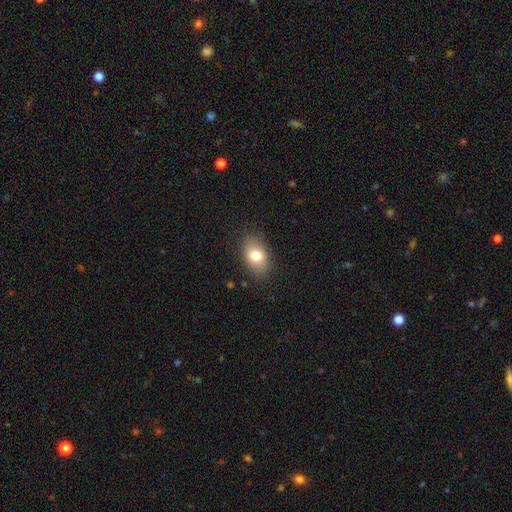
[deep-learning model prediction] This appears to be a smooth galaxy with no disk features (78%) that is in between round and cigar-shaped (82%). Merging: none (84%).